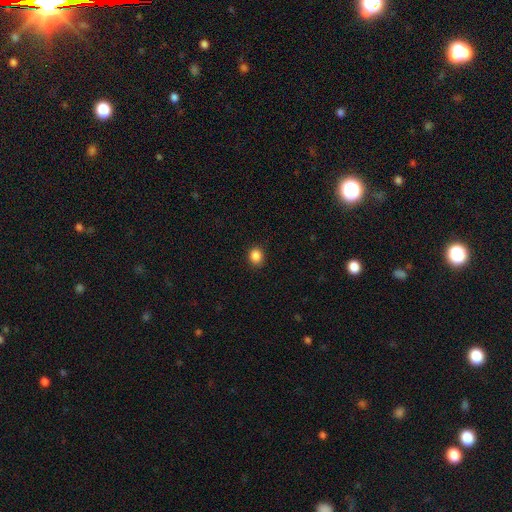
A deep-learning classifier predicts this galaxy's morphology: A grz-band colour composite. It shows a smooth galaxy with no disk features (87%) that is round (69%). Merging: none (88%).